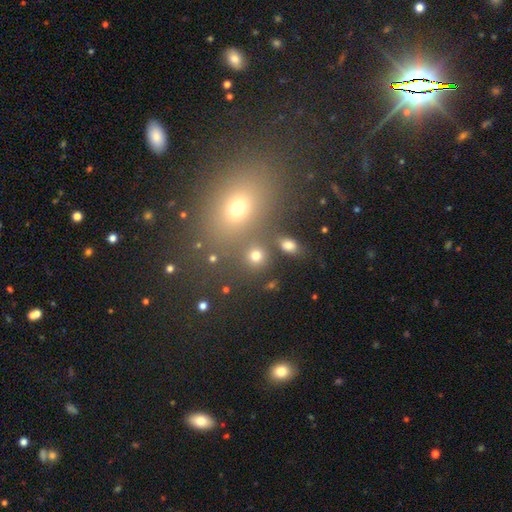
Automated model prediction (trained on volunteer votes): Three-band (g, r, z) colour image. It shows a smooth galaxy with no disk features (76%) that is round (80%). Merging: none (73%).